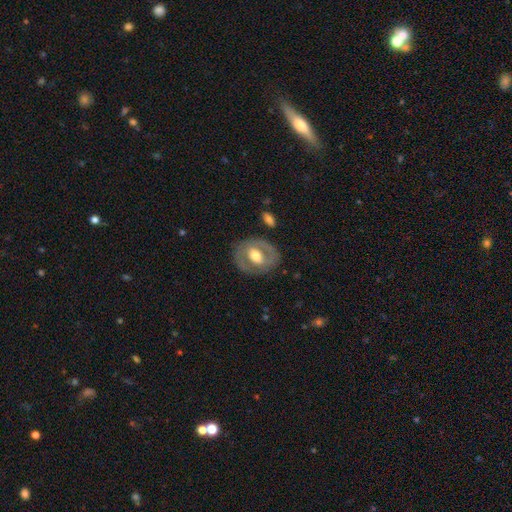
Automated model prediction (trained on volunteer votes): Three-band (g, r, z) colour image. It shows a featured or disk galaxy (61%) with no bar (43%), no spiral arms (61%) and a moderate central bulge (66%). Merging: none (79%).